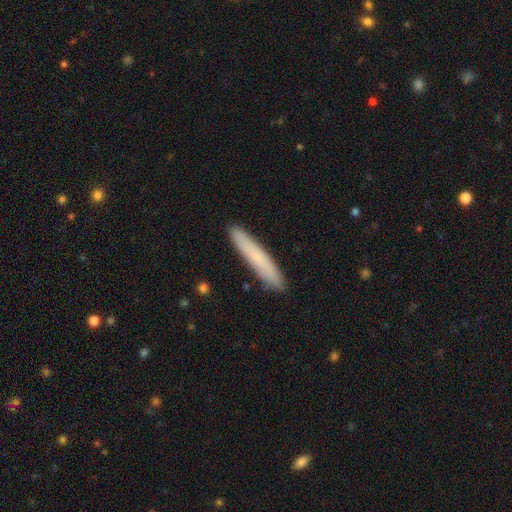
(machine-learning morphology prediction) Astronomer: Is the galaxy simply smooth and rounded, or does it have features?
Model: smooth — 75%.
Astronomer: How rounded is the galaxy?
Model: cigar-shaped — 94%.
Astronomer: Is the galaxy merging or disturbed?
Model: none — 90%.